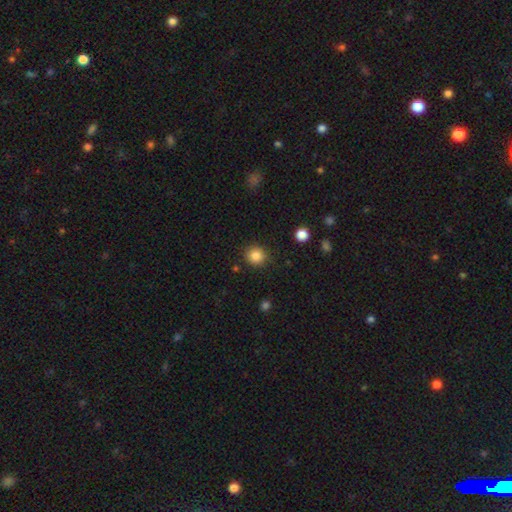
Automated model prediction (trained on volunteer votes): Q: Smooth or featured?
A: smooth (85%); runner-up: star or artifact (10%)
Q: How rounded?
A: round (90%); runner-up: in between (9%)
Q: Merging?
A: none (89%); runner-up: minor disturbance (7%)